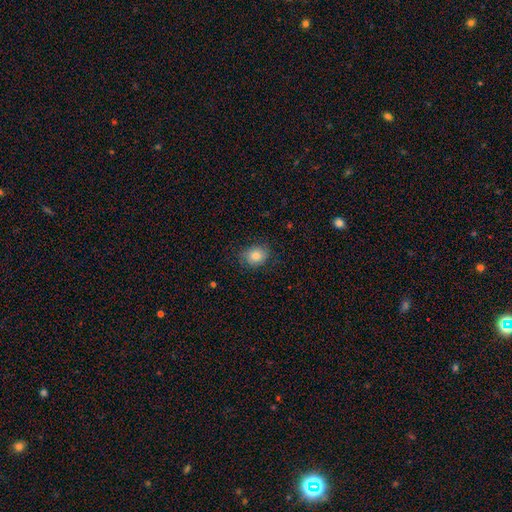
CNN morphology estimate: smooth_or_featured: smooth (p=0.82) [alt: star or artifact p=0.10]
how_rounded: round (p=0.54) [alt: in between p=0.45]
merging: none (p=0.80) [alt: minor disturbance p=0.15]